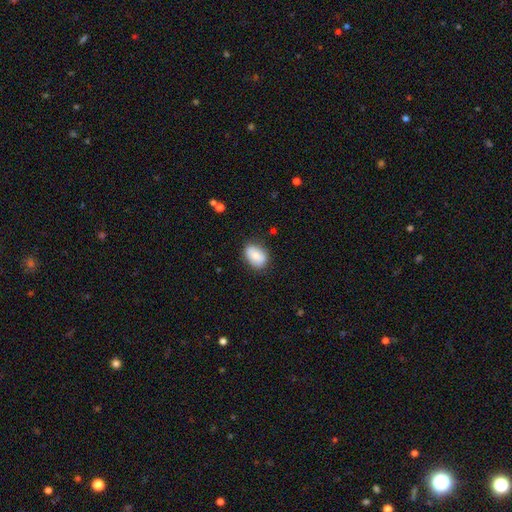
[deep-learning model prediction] Morphology: type=smooth (72%); roundness=in between (78%); merging=none (79%).